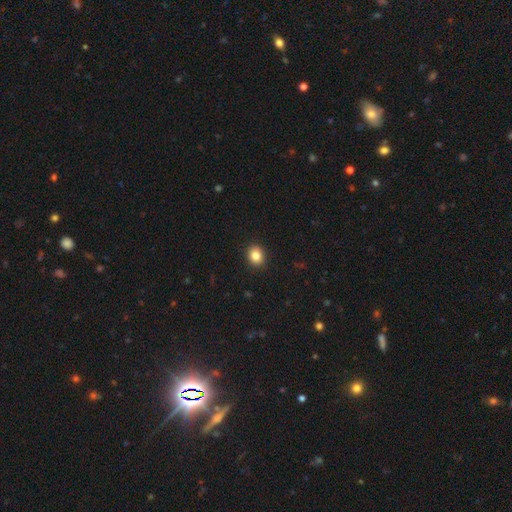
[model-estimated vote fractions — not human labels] Smooth or featured? smooth (84%)
How rounded? round (70%)
Merging? none (92%)